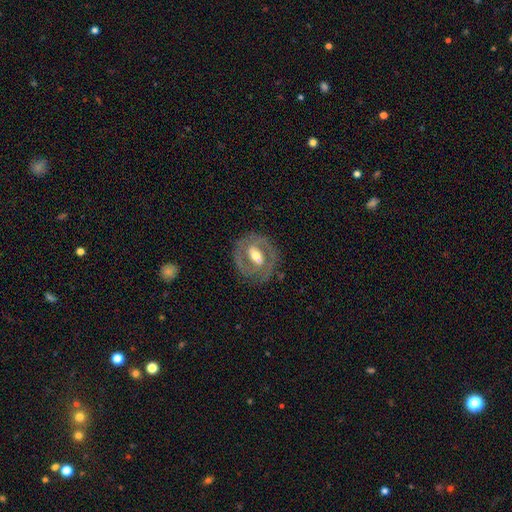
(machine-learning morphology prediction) type=featured or disk (73%); edge-on=no (94%); bar=strong (40%); spiral arms=yes (56%); bulge=moderate (65%); merging=none (76%).